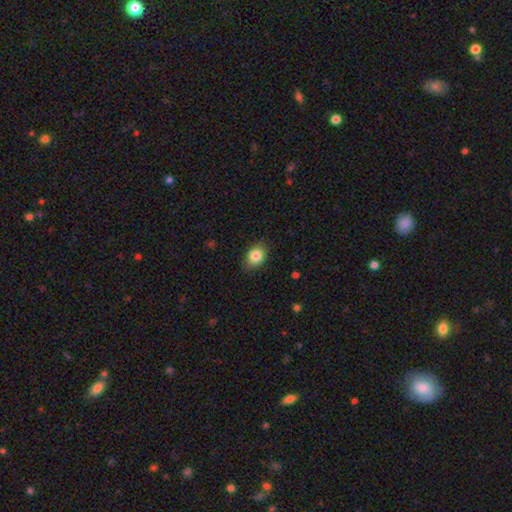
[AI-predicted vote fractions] A smooth galaxy with no disk features (85%) that is in between round and cigar-shaped (64%). Merging: none (83%).